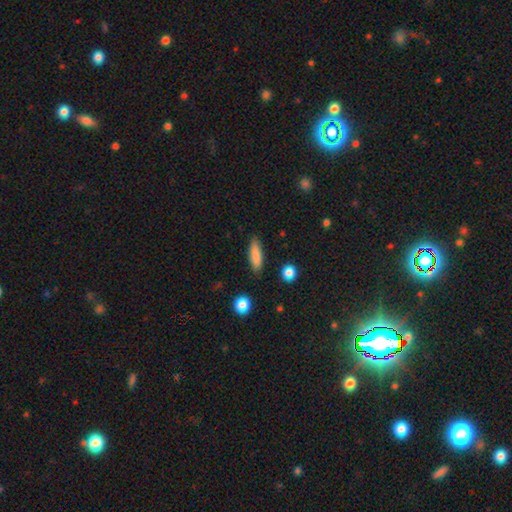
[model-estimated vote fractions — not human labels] Q: Smooth or featured?
A: smooth (85%); runner-up: featured or disk (8%)
Q: How rounded?
A: cigar-shaped (56%); runner-up: in between (41%)
Q: Merging?
A: none (86%); runner-up: minor disturbance (10%)